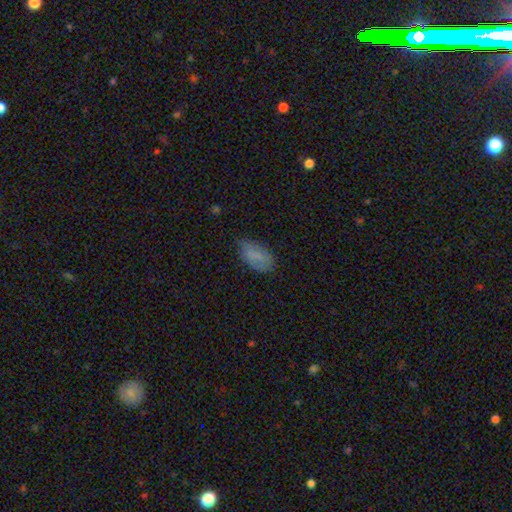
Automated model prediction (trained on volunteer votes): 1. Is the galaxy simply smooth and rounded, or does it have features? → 78% smooth, 13% featured or disk, 9% star or artifact.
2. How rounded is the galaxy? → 93% in between, 4% round, 3% cigar-shaped.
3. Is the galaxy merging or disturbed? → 63% none, 29% minor disturbance, 7% major disturbance, 2% merger.